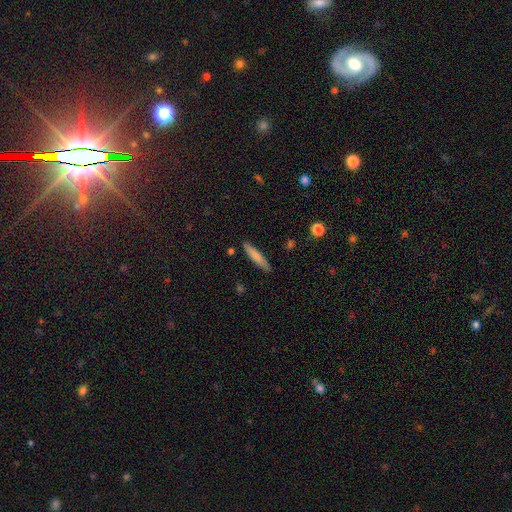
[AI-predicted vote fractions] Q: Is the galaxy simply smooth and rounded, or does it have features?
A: smooth — 77%.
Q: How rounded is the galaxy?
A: cigar-shaped — 90%.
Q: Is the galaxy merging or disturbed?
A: none — 87%.